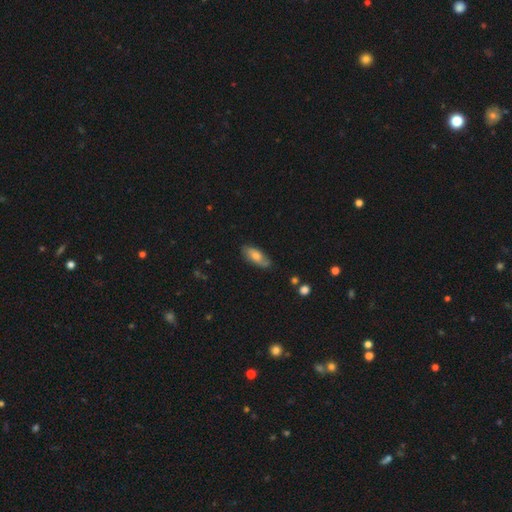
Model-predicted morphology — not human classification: Overall: smooth (60%; featured or disk 33%). How rounded: in between (82%). Merging: none (74%).